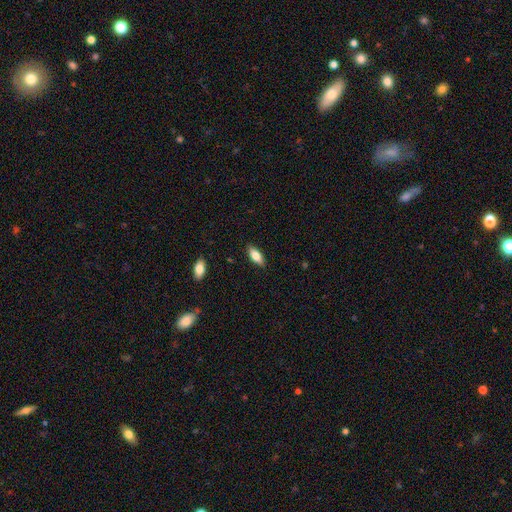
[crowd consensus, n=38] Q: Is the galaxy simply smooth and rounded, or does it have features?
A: smooth — 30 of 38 (79%).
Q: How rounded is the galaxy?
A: in between — 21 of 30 (70%).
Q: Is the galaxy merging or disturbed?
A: none — 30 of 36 (83%).